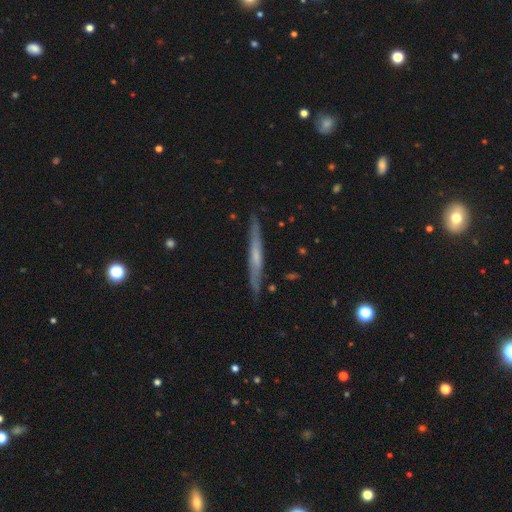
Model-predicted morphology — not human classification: Overall: featured or disk (55%; smooth 39%). Edge-on disk: yes (95%). Edge-on bulge: none (66%). Merging: none (87%).